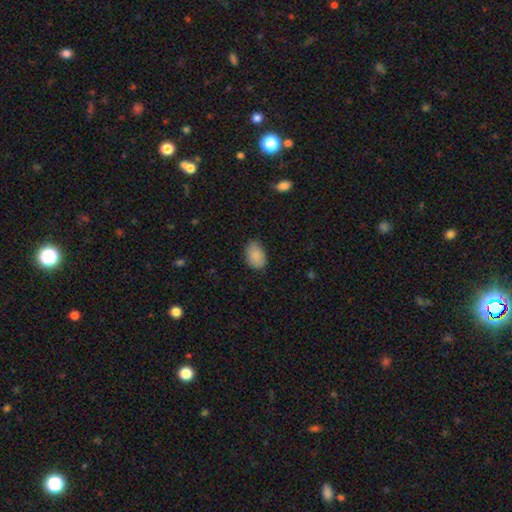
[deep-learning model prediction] Q: Smooth or featured?
A: smooth (88%); runner-up: star or artifact (7%)
Q: How rounded?
A: in between (84%); runner-up: round (15%)
Q: Merging?
A: none (78%); runner-up: minor disturbance (17%)